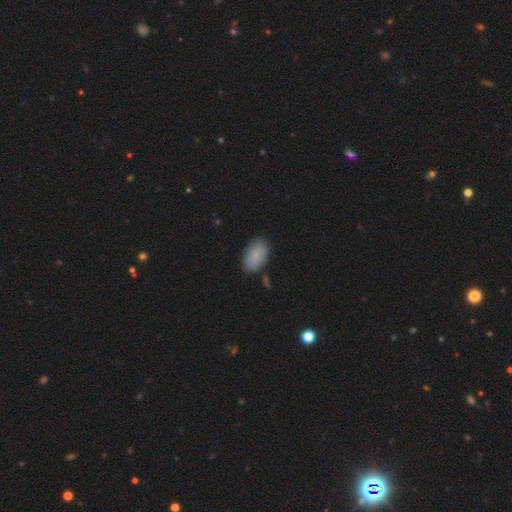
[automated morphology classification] smooth-or-featured: smooth: 79% | featured or disk: 15% | star or artifact: 7%
  how-rounded: in between: 92% | round: 7% | cigar-shaped: 1%
  merging: none: 78% | minor disturbance: 15% | major disturbance: 3% | merger: 3%